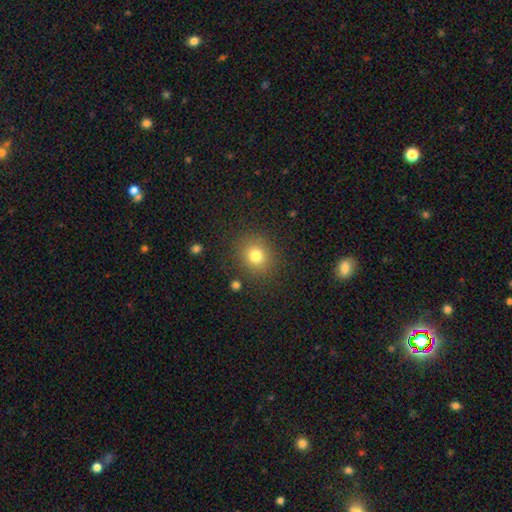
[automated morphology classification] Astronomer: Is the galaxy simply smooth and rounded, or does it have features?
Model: smooth — 79%.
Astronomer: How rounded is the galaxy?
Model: round — 79%.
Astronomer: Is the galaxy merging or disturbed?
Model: none — 86%.